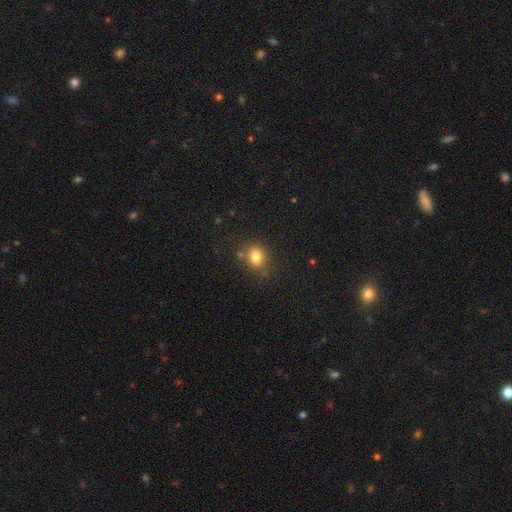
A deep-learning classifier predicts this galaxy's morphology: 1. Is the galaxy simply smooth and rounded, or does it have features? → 80% smooth, 12% star or artifact, 8% featured or disk.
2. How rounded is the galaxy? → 51% in between, 48% round, 1% cigar-shaped.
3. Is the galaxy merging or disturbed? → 77% none, 13% minor disturbance, 6% merger, 4% major disturbance.